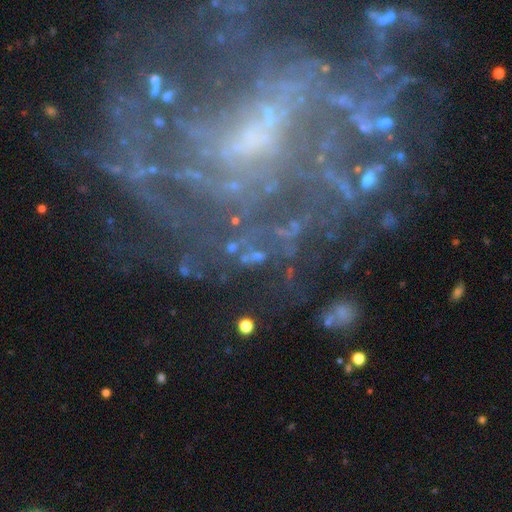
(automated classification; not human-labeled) Smooth or featured?
  - featured or disk: 46% *
  - star or artifact: 35%
  - smooth: 19%
Merging?
  - none: 60% *
  - minor disturbance: 18%
  - major disturbance: 15%
  - merger: 7%